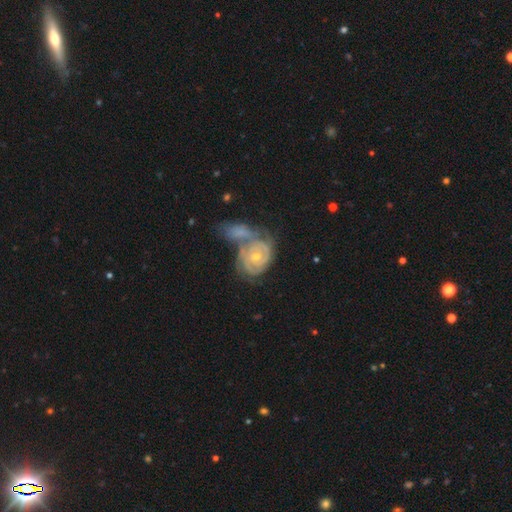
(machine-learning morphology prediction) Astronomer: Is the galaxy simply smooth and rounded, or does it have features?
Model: featured or disk — 83%.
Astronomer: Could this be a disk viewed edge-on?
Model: no — 97%.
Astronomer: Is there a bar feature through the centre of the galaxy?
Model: no — 69%.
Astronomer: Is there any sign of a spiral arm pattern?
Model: yes — 92%.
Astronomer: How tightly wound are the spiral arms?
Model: tight — 76%.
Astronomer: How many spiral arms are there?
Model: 2 — 37% (runner-up: can't tell, 33%).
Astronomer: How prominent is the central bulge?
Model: small — 48%, tied with moderate at 48%.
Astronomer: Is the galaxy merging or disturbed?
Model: merger — 57%.